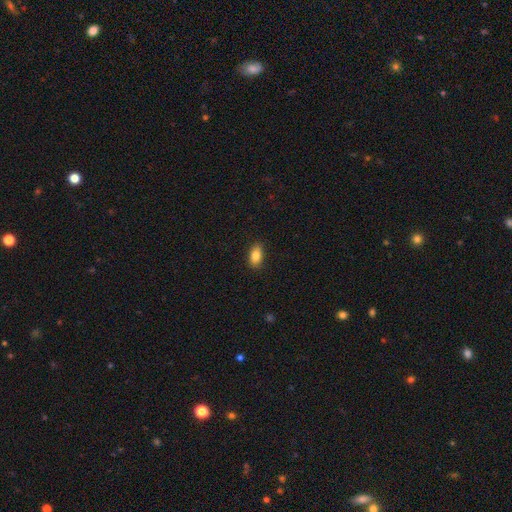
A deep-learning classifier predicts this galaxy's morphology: Q: Smooth or featured?
A: smooth (85%); runner-up: star or artifact (8%)
Q: How rounded?
A: in between (90%); runner-up: round (6%)
Q: Merging?
A: none (89%); runner-up: minor disturbance (9%)